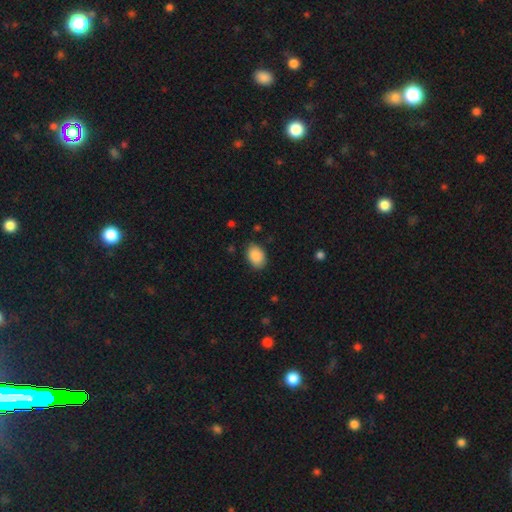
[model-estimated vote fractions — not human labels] Q: Smooth or featured?
A: smooth (90%); runner-up: star or artifact (7%)
Q: How rounded?
A: in between (84%); runner-up: round (15%)
Q: Merging?
A: none (84%); runner-up: minor disturbance (12%)